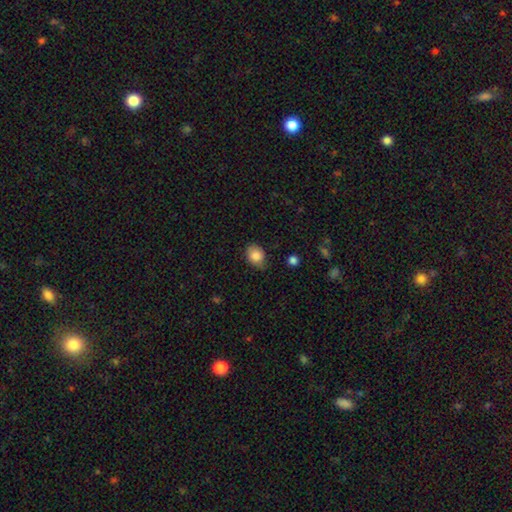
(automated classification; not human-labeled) Smooth or featured: smooth — 85% (star or artifact — 8%)
How rounded: in between — 52% (round — 47%)
Merging: none — 64% (minor disturbance — 29%)